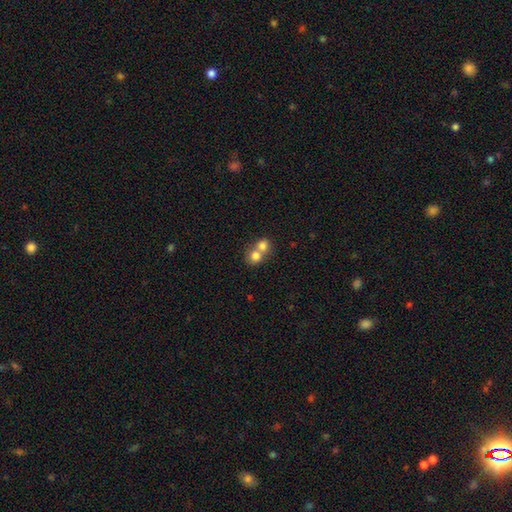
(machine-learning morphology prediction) This is likely a smooth galaxy (77%). How rounded: likely round (80%). Merging: likely merger (66%).